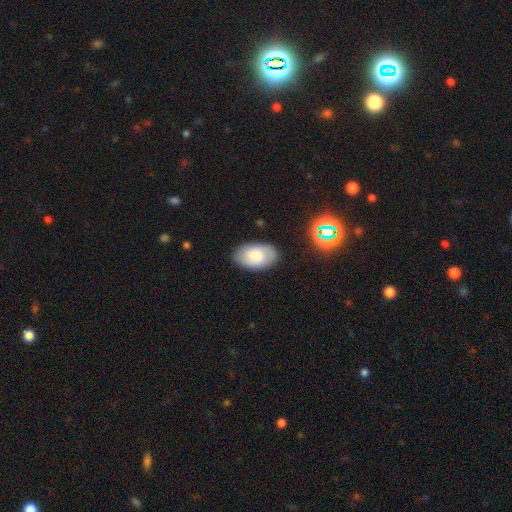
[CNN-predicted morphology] smooth 77%, featured or disk 14%, star or artifact 9%. Down the decision tree: how rounded — in between (92%); merging — none (82%).